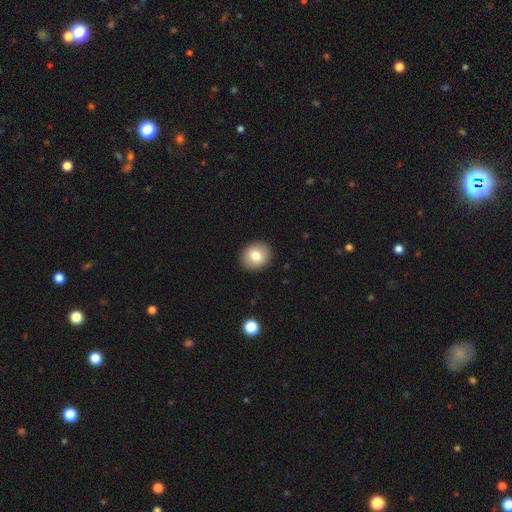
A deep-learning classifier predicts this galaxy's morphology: This appears to be a smooth galaxy with no disk features (79%) that is round (79%). Merging: none (91%).